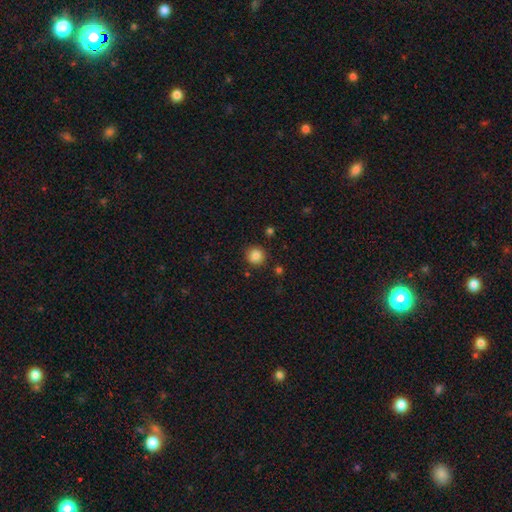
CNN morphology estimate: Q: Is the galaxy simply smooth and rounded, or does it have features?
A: smooth — 85%.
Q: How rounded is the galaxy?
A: round — 93%.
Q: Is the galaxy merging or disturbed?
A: none — 90%.